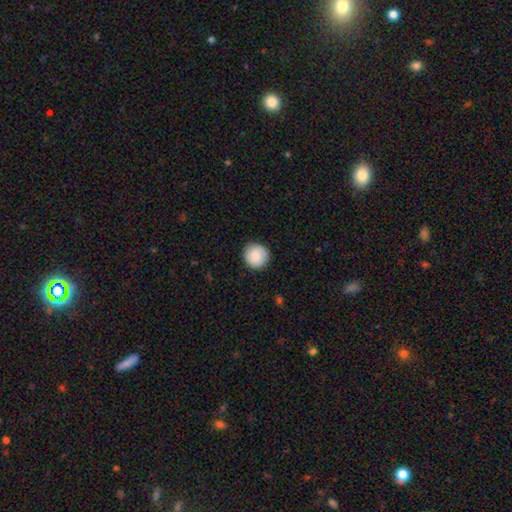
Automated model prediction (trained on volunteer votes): Q: Smooth or featured?
A: smooth (86%); runner-up: featured or disk (8%)
Q: How rounded?
A: round (95%); runner-up: in between (4%)
Q: Merging?
A: none (90%); runner-up: minor disturbance (7%)